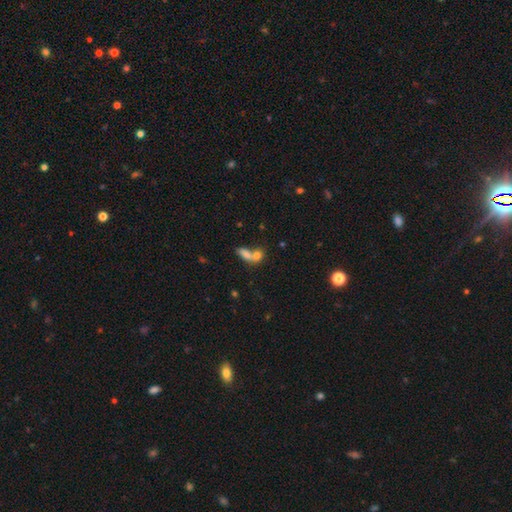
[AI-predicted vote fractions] smooth-or-featured: smooth: 76% | featured or disk: 13% | star or artifact: 11%
  how-rounded: in between: 69% | round: 21% | cigar-shaped: 10%
  merging: merger: 63% | none: 25% | minor disturbance: 7% | major disturbance: 5%